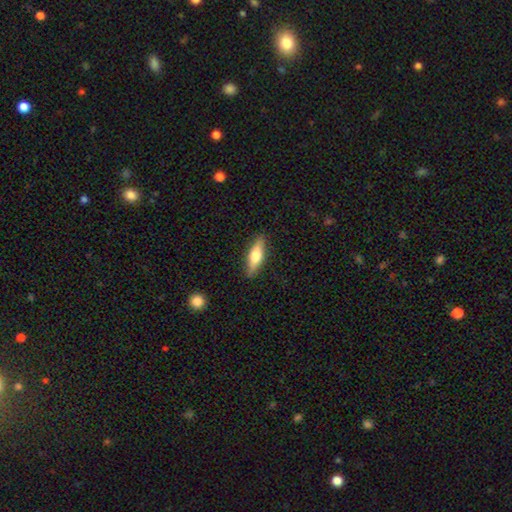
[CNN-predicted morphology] type=smooth (58%); roundness=cigar-shaped (57%); merging=none (88%).